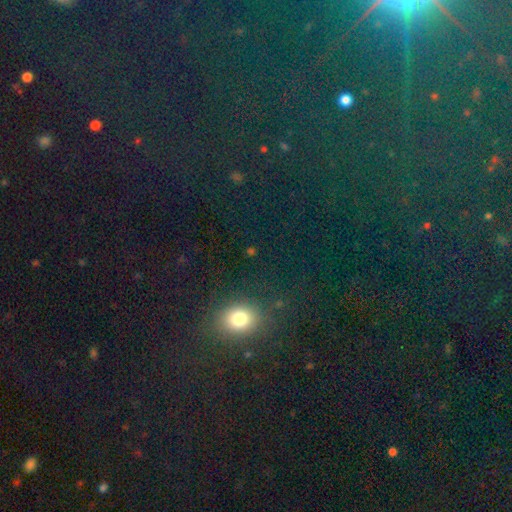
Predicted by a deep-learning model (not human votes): This is possibly a smooth galaxy (52%). How rounded: possibly in between (51%). Merging: clearly none (88%).